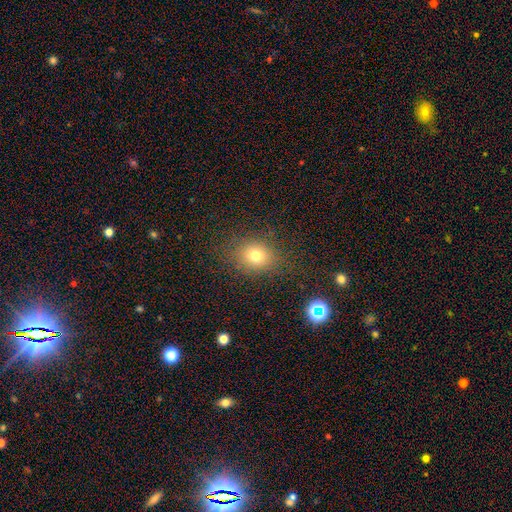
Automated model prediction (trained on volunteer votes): Overall: smooth (73%). How rounded: round (57%; in between 42%). Merging: none (80%).